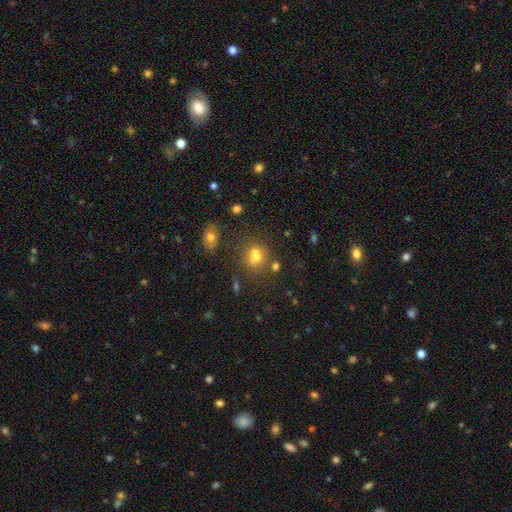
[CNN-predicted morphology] smooth-or-featured: smooth: 66% | star or artifact: 19% | featured or disk: 15%
  how-rounded: round: 59% | in between: 39% | cigar-shaped: 2%
  merging: none: 49% | merger: 31% | minor disturbance: 13% | major disturbance: 6%